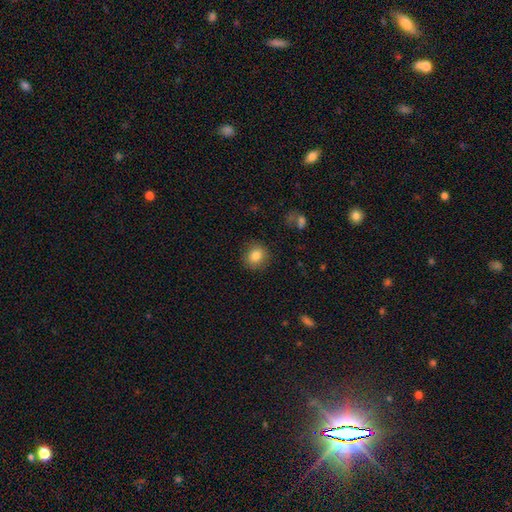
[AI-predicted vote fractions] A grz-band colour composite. It shows a smooth galaxy with no disk features (84%) that is round (83%). Merging: none (87%).